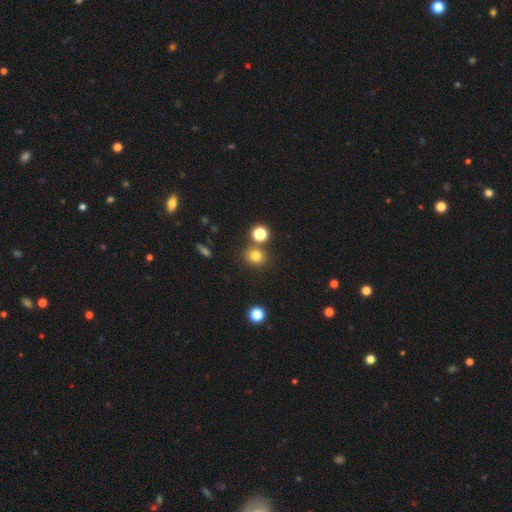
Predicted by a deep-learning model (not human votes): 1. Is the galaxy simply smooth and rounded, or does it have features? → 77% smooth, 16% star or artifact, 7% featured or disk.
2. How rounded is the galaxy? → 83% round, 16% in between, 1% cigar-shaped.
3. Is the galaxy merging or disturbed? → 77% none, 11% merger, 8% minor disturbance, 3% major disturbance.